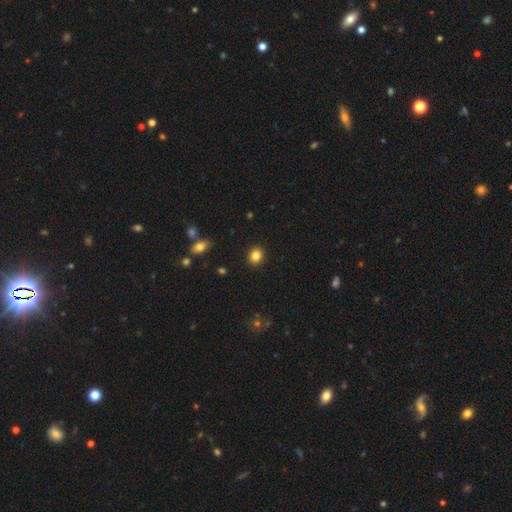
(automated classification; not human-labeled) Q: Smooth or featured?
A: smooth (84%); runner-up: star or artifact (11%)
Q: How rounded?
A: round (75%); runner-up: in between (24%)
Q: Merging?
A: none (91%); runner-up: minor disturbance (6%)